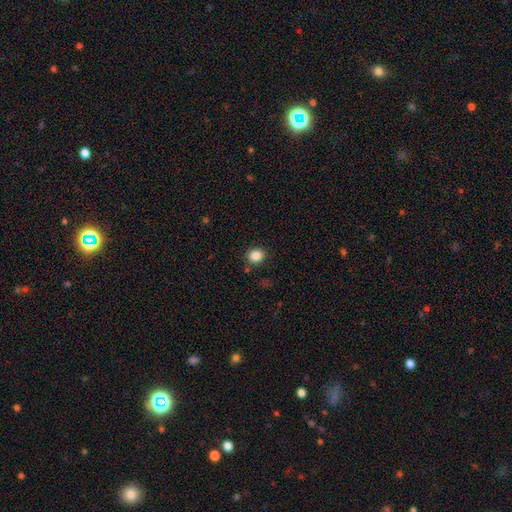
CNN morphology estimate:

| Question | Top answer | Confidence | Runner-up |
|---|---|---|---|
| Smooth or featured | smooth | 86% | star or artifact (10%) |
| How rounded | round | 68% | in between (31%) |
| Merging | none | 86% | minor disturbance (9%) |